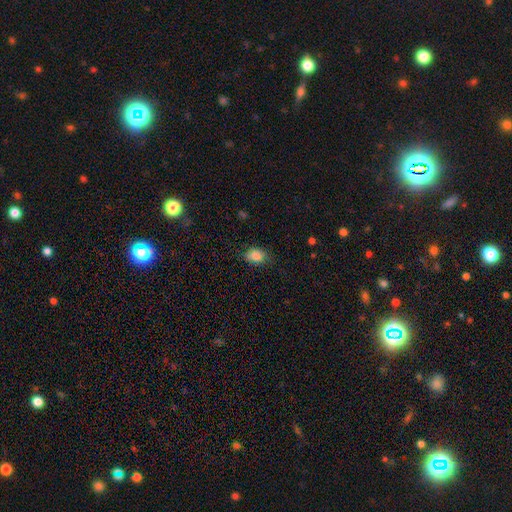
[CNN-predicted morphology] Smooth or featured: smooth — 86% (star or artifact — 9%)
How rounded: in between — 73% (round — 26%)
Merging: none — 72% (minor disturbance — 22%)